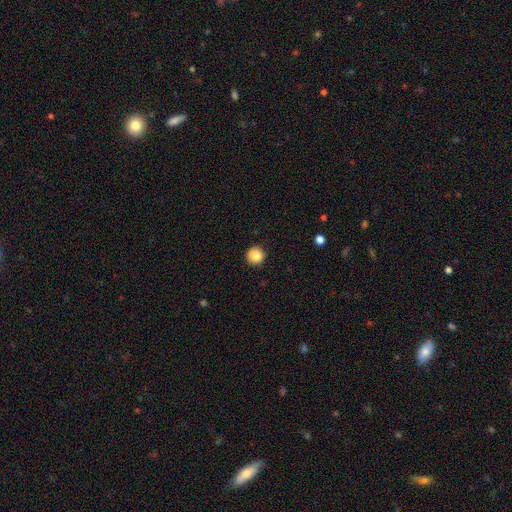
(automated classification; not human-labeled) This appears to be a smooth galaxy with no disk features (86%) that is round (95%). Merging: none (92%).